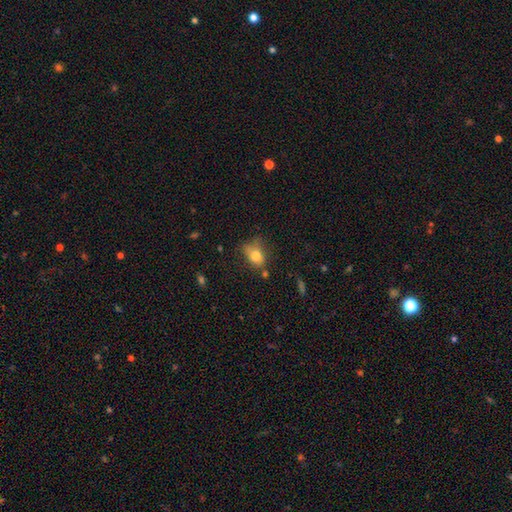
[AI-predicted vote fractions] This appears to be a smooth galaxy with no disk features (78%) that is in between round and cigar-shaped (70%). Merging: none (42%).